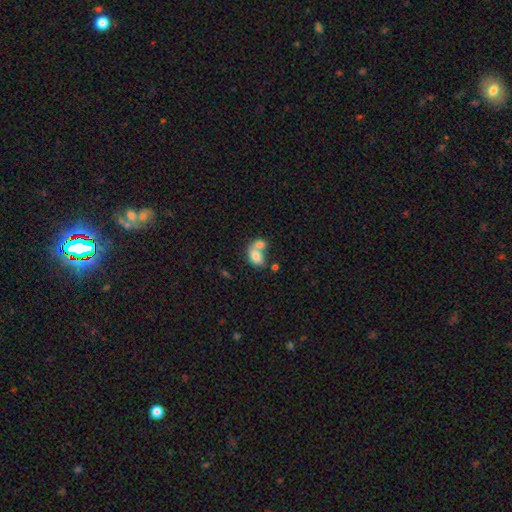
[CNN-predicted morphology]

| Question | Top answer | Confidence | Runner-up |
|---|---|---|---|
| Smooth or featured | smooth | 78% | featured or disk (14%) |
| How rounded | in between | 85% | round (14%) |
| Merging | merger | 64% | none (23%) |